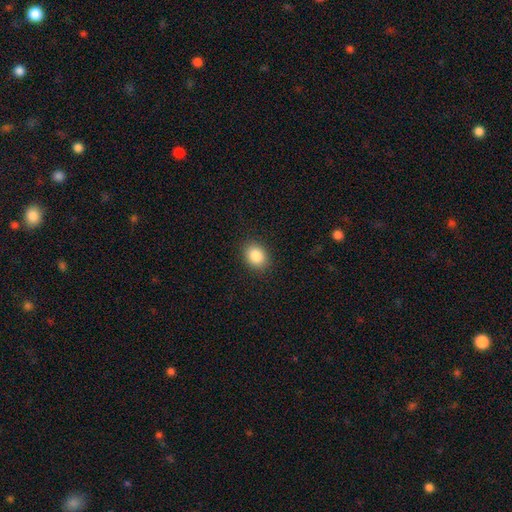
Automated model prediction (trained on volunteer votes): A smooth galaxy with no disk features (87%) that is in between round and cigar-shaped (55%). Merging: none (89%).